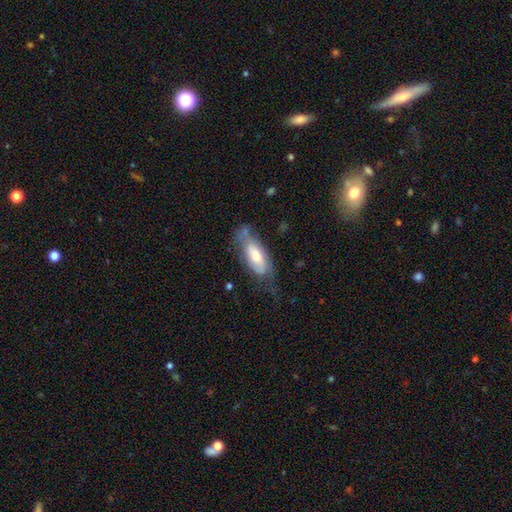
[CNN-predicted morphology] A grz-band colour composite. It shows a smooth galaxy with no disk features (63%) that is in between round and cigar-shaped (76%). Merging: none (43%).